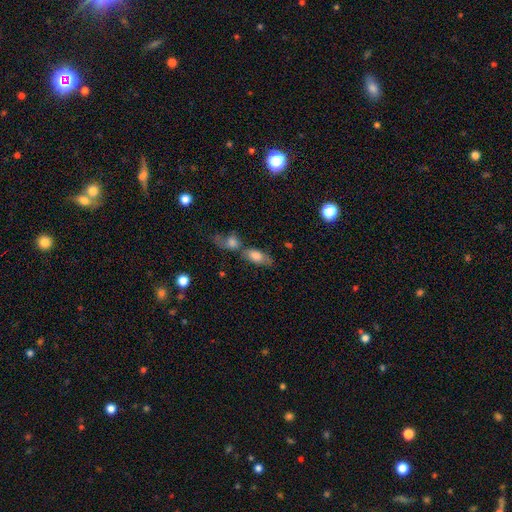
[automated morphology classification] Overall: smooth (73%). How rounded: in between (83%). Merging: merger (47%; none 32%).